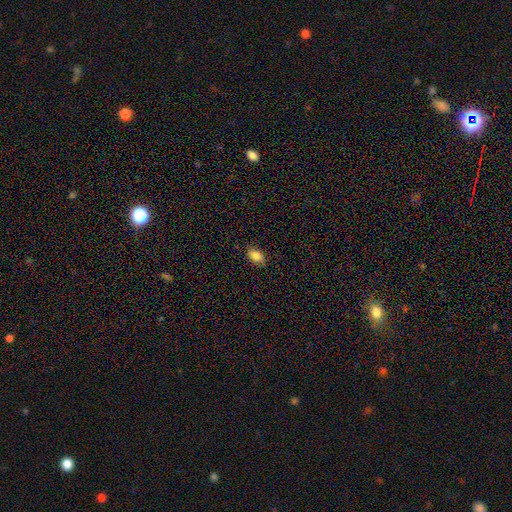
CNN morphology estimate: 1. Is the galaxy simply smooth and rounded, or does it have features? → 85% smooth, 8% star or artifact, 7% featured or disk.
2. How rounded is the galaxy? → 86% in between, 12% round, 2% cigar-shaped.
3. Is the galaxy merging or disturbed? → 87% none, 10% minor disturbance, 2% major disturbance, 1% merger.